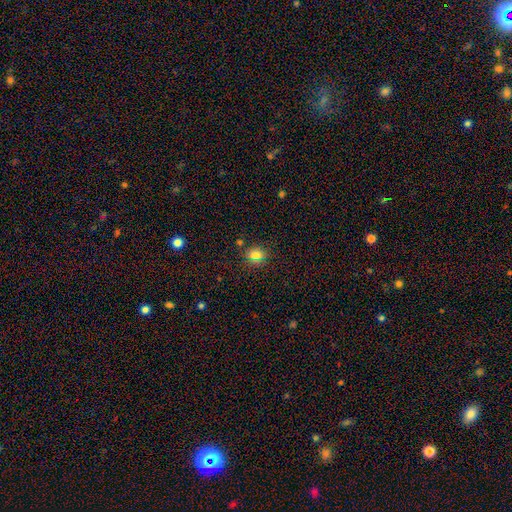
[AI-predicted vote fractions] A smooth galaxy with no disk features (73%) that is round (72%).

Vote fractions:
- Smooth or featured? smooth: 73% / star or artifact: 20% / featured or disk: 7%
- How rounded? round: 72% / in between: 27% / cigar-shaped: 2%
- Merging? none: 85% / minor disturbance: 9% / major disturbance: 3% / merger: 3%